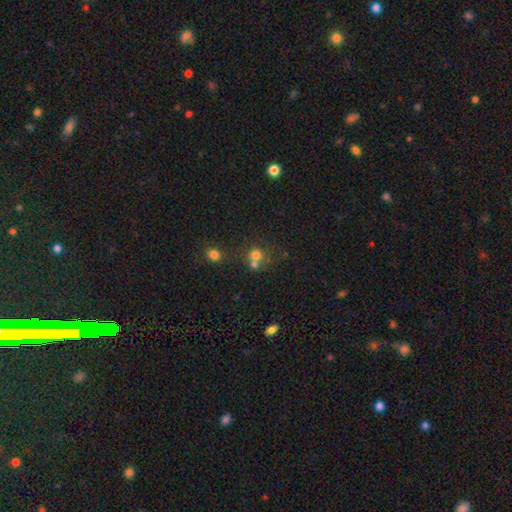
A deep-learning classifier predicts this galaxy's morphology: Overall: smooth (66%). How rounded: round (84%). Merging: none (47%; merger 41%).